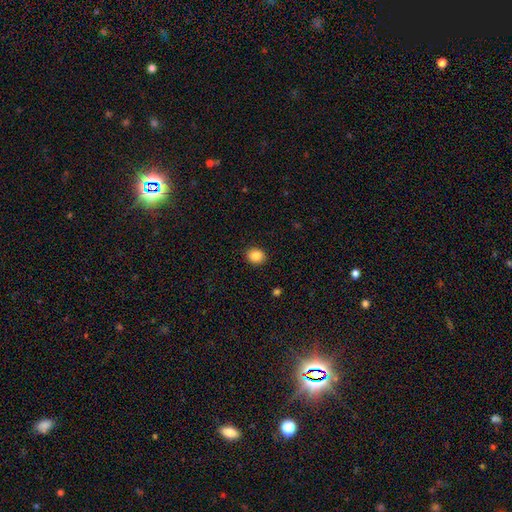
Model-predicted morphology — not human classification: smooth-or-featured: smooth: 87% | star or artifact: 9% | featured or disk: 4%
  how-rounded: round: 66% | in between: 33% | cigar-shaped: 1%
  merging: none: 90% | minor disturbance: 7% | major disturbance: 2% | merger: 1%